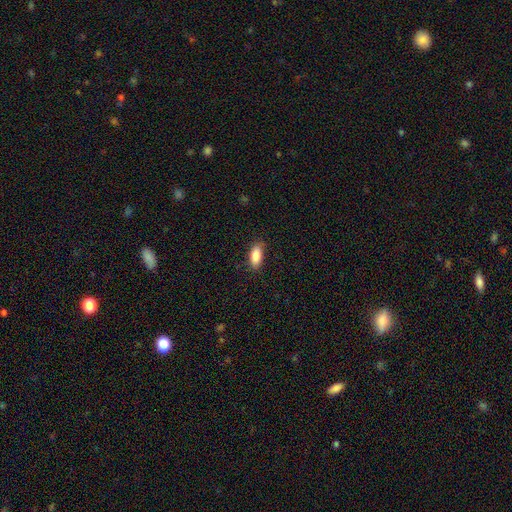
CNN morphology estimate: Smooth or featured: smooth — 86% (featured or disk — 7%)
How rounded: in between — 86% (cigar-shaped — 11%)
Merging: none — 84% (minor disturbance — 12%)